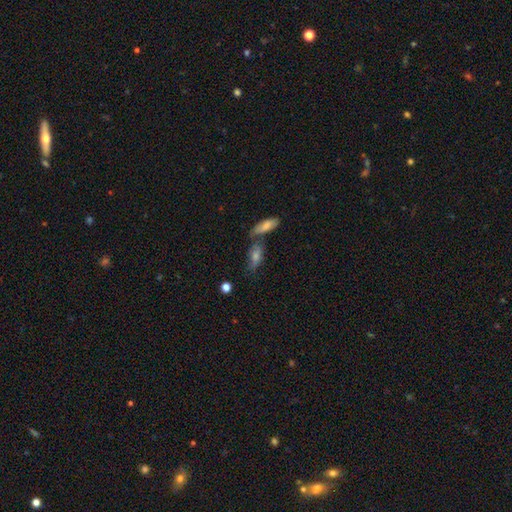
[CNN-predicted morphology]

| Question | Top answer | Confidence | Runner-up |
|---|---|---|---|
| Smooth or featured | smooth | 57% | featured or disk (31%) |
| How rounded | in between | 66% | cigar-shaped (29%) |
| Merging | none | 52% | merger (29%) |